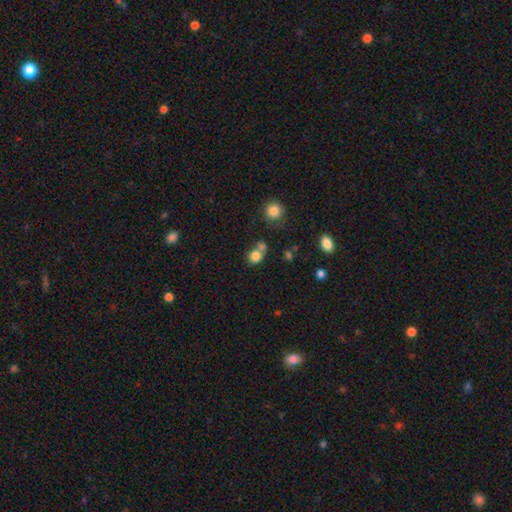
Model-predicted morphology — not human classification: smooth_or_featured: smooth (p=0.81) [alt: star or artifact p=0.12]
how_rounded: round (p=0.76) [alt: in between p=0.23]
merging: none (p=0.51) [alt: merger p=0.35]